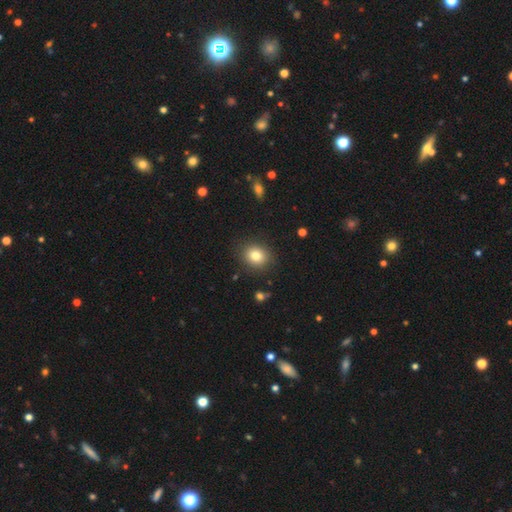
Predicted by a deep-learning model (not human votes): Smooth or featured? Predicted: smooth (p=0.81). How rounded? Predicted: round (p=0.67). Merging? Predicted: none (p=0.87).